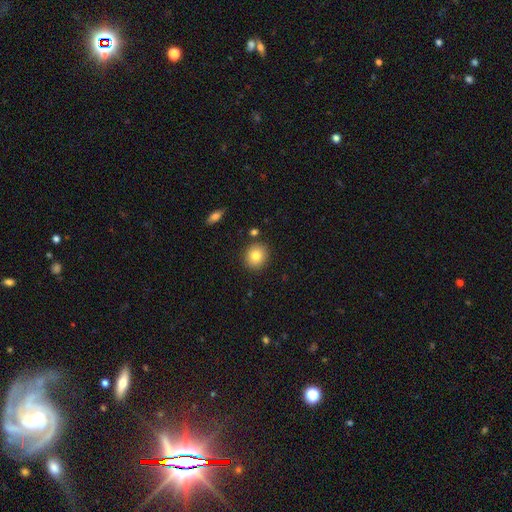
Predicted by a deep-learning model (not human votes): This appears to be a smooth galaxy with no disk features (80%) that is round (84%). Merging: none (87%).